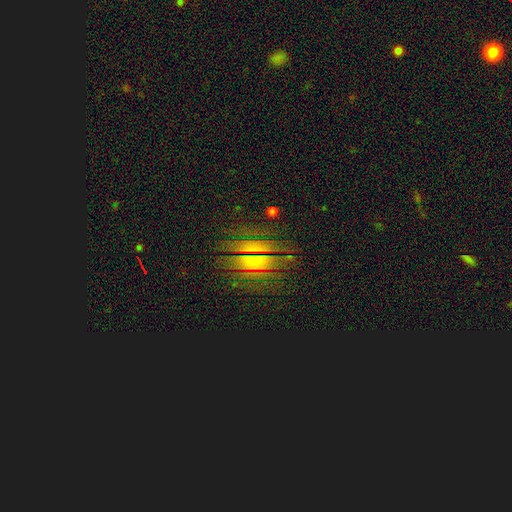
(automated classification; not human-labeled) smooth-or-featured: star or artifact: 48% | smooth: 27% | featured or disk: 25%